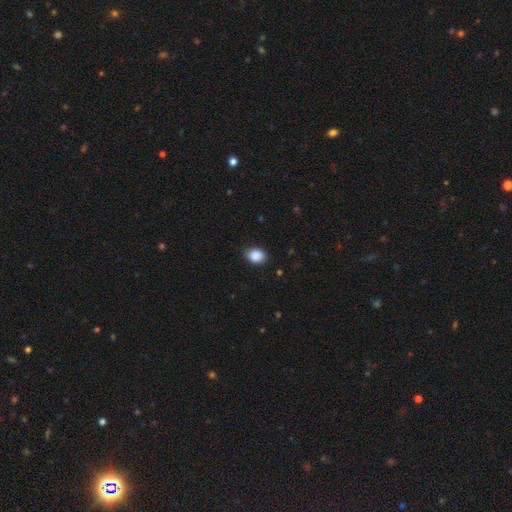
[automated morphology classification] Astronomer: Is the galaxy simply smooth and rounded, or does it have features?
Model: smooth — 89%.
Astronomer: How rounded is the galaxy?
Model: in between — 60% (runner-up: round, 39%).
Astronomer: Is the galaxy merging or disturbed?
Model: none — 87%.